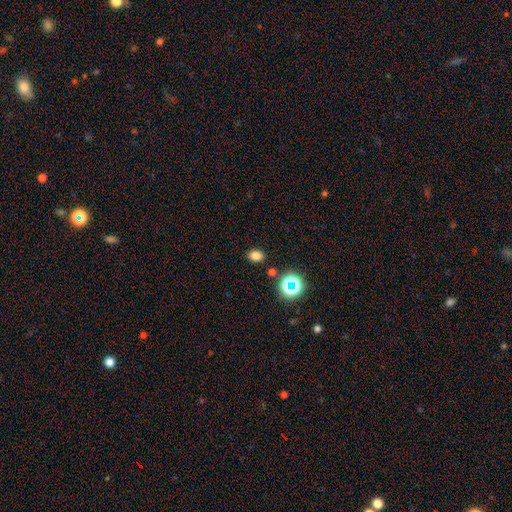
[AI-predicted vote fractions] smooth_or_featured: smooth (p=0.77) [alt: star or artifact p=0.17]
how_rounded: in between (p=0.67) [alt: round p=0.32]
merging: none (p=0.86) [alt: minor disturbance p=0.08]